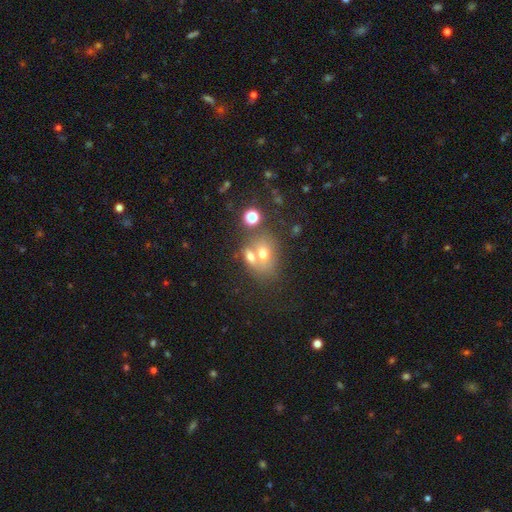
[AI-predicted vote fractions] A smooth galaxy with no disk features (63%) that is in between round and cigar-shaped (54%). Merging: merger (49%).